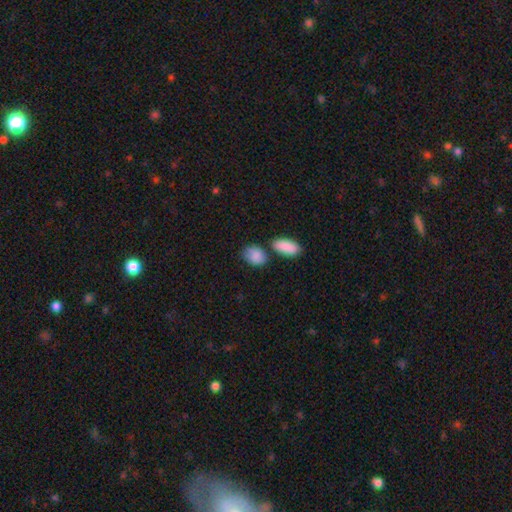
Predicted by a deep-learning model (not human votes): This is clearly a smooth galaxy (87%). How rounded: likely in between (79%). Merging: possibly none (57%).